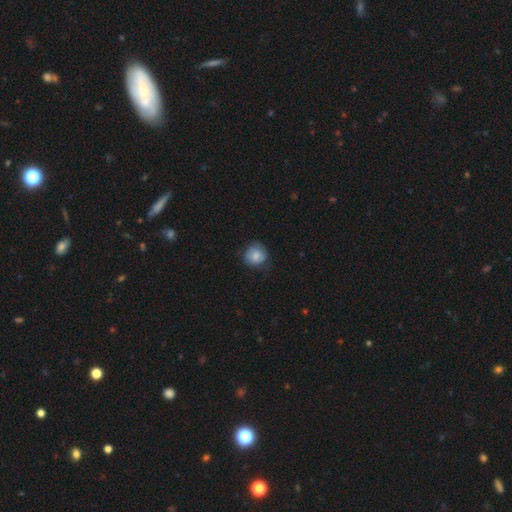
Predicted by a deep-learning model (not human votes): This is likely a smooth galaxy (70%). How rounded: clearly round (83%). Merging: likely none (66%).